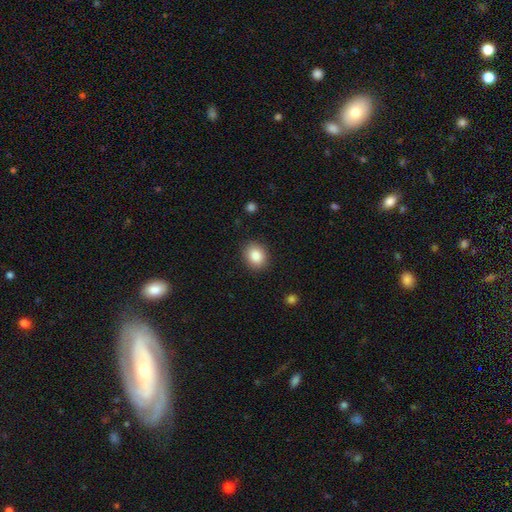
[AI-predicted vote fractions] Smooth or featured? Predicted: smooth (p=0.86). How rounded? Predicted: round (p=0.56). Merging? Predicted: none (p=0.88).